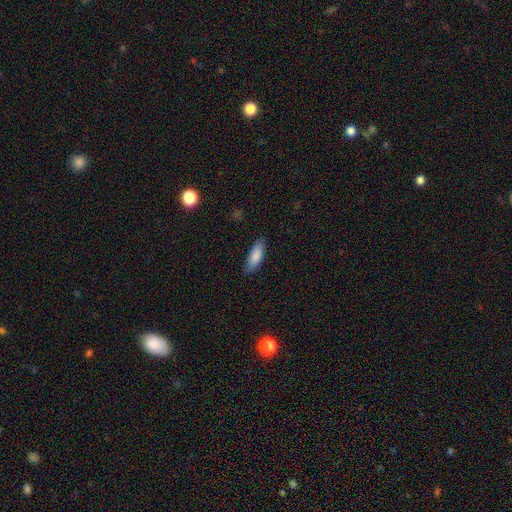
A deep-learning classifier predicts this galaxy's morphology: A smooth galaxy with no disk features (85%) that is in between round and cigar-shaped (64%). Merging: none (84%).